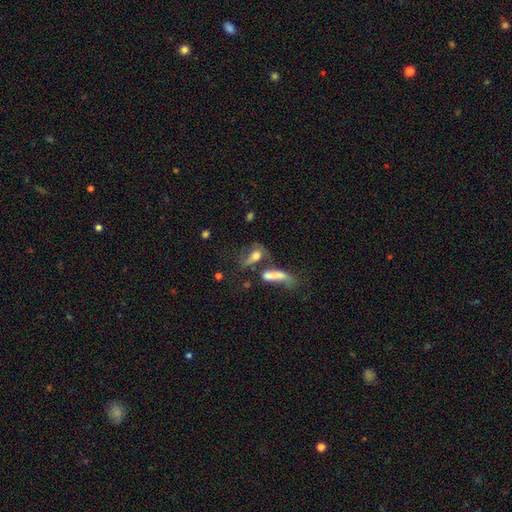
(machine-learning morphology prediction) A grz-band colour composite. It shows a smooth galaxy with no disk features (53%) that is in between round and cigar-shaped (61%). Merging: merger (39%).